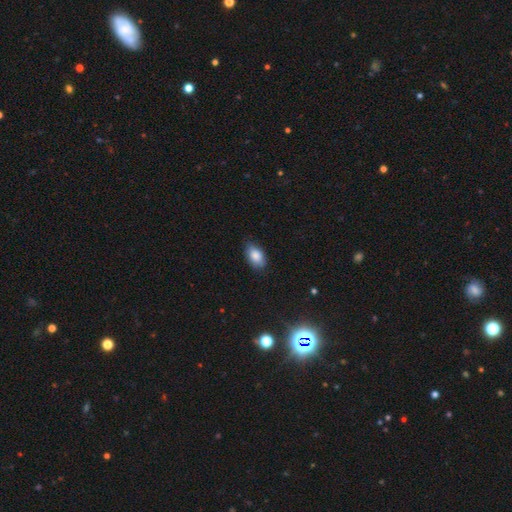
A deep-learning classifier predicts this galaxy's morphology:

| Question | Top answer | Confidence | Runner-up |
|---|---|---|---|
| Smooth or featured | smooth | 84% | featured or disk (8%) |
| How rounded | in between | 90% | round (8%) |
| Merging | none | 75% | minor disturbance (20%) |